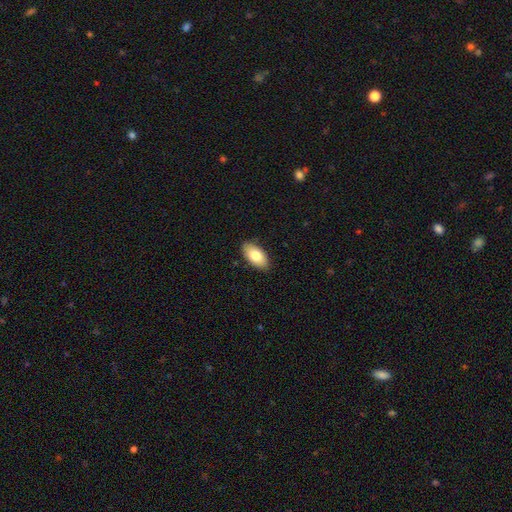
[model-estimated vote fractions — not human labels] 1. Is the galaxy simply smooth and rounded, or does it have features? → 80% smooth, 14% featured or disk, 6% star or artifact.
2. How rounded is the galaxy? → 94% in between, 3% cigar-shaped, 3% round.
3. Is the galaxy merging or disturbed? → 87% none, 10% minor disturbance, 2% major disturbance, 1% merger.